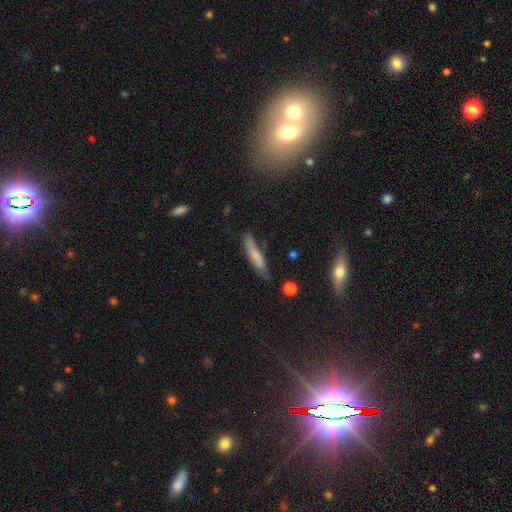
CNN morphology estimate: A smooth galaxy with no disk features (63%) that is cigar-shaped (84%).

Vote fractions:
- Smooth or featured? smooth: 63% / featured or disk: 29% / star or artifact: 8%
- How rounded? cigar-shaped: 84% / in between: 14% / round: 2%
- Merging? none: 67% / minor disturbance: 24% / major disturbance: 6% / merger: 3%